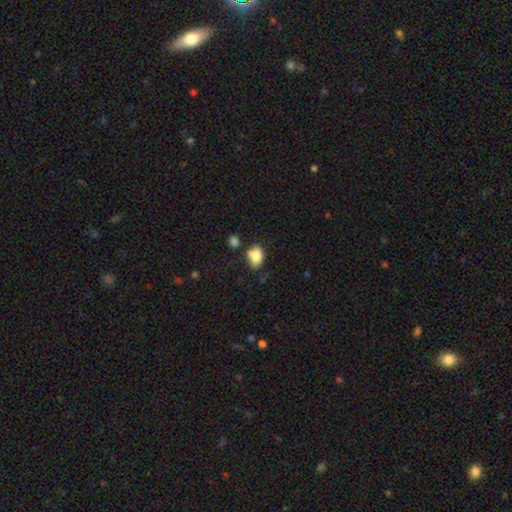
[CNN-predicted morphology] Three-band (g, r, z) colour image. It shows a smooth galaxy with no disk features (79%) that is in between round and cigar-shaped (78%). Merging: none (45%).